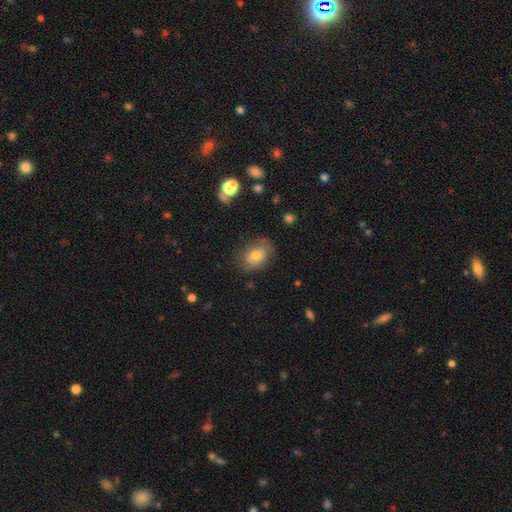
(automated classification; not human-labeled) Smooth or featured? Predicted: smooth (p=0.67). How rounded? Predicted: in between (p=0.76). Merging? Predicted: none (p=0.72).